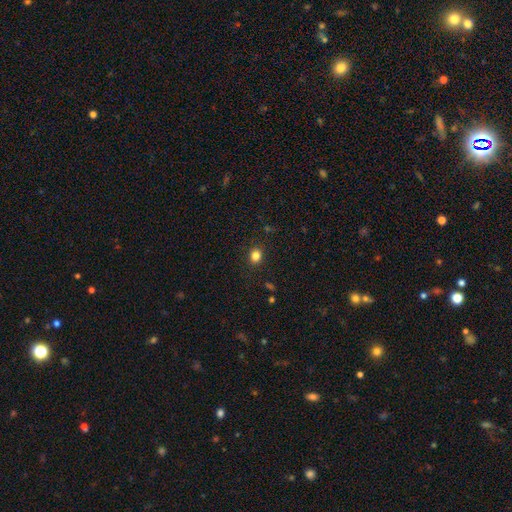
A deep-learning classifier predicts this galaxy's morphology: A smooth galaxy with no disk features (83%) that is round (66%). Merging: none (89%).